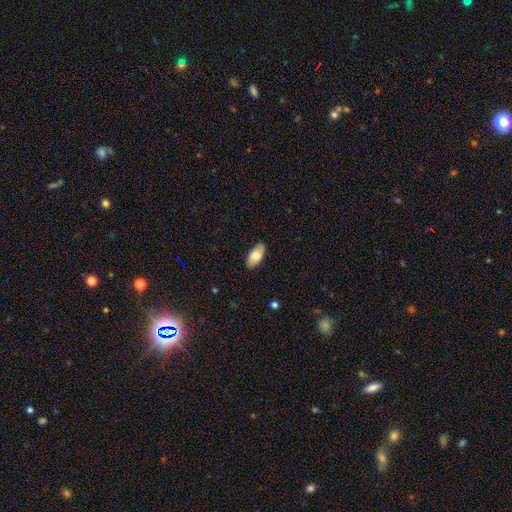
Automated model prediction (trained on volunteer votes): Q: Smooth or featured?
A: smooth (81%); runner-up: featured or disk (13%)
Q: How rounded?
A: in between (94%); runner-up: cigar-shaped (4%)
Q: Merging?
A: none (87%); runner-up: minor disturbance (10%)